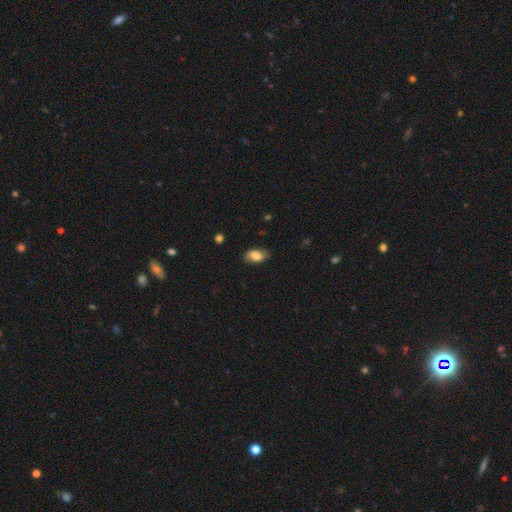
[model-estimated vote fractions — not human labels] This appears to be a smooth galaxy with no disk features (78%) that is in between round and cigar-shaped (91%). Merging: none (81%).